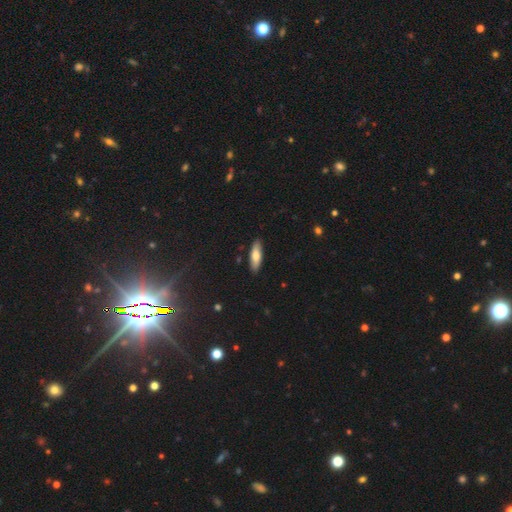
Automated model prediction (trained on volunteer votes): Smooth or featured?
  - smooth: 73% *
  - featured or disk: 21%
  - star or artifact: 6%
How rounded?
  - in between: 50% *
  - cigar-shaped: 49%
  - round: 2%
Merging?
  - none: 87% *
  - minor disturbance: 10%
  - major disturbance: 2%
  - merger: 1%